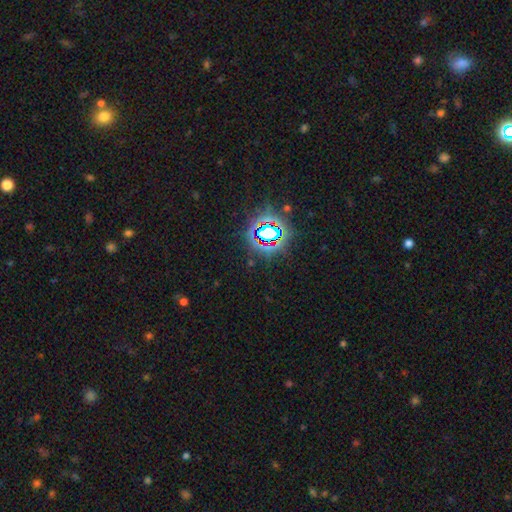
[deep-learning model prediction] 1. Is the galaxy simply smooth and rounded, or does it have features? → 81% star or artifact, 11% smooth, 8% featured or disk.